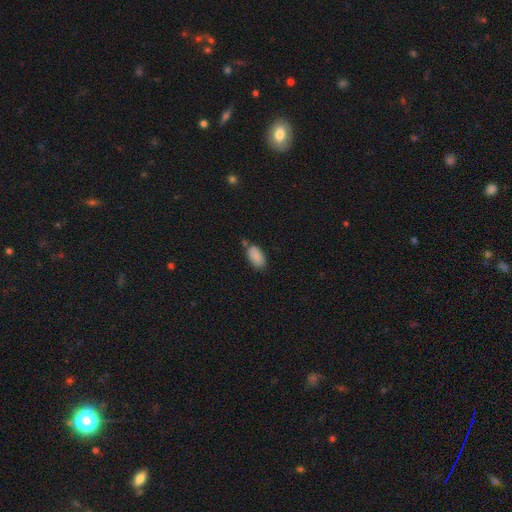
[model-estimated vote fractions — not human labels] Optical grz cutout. It shows a smooth galaxy with no disk features (87%) that is in between round and cigar-shaped (94%). Merging: none (67%).